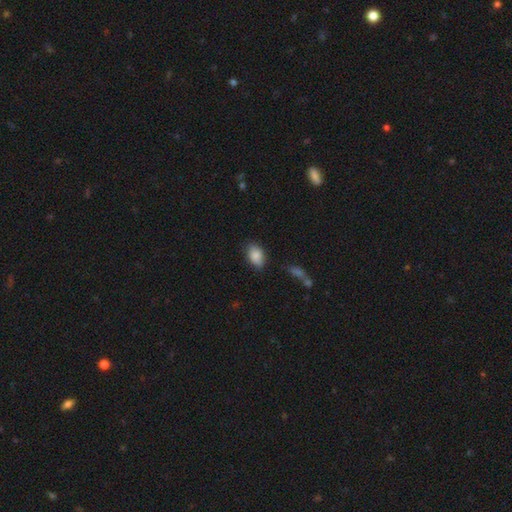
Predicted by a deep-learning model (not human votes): smooth_or_featured: smooth (p=0.86) [alt: star or artifact p=0.07]
how_rounded: in between (p=0.88) [alt: round p=0.11]
merging: none (p=0.78) [alt: minor disturbance p=0.16]